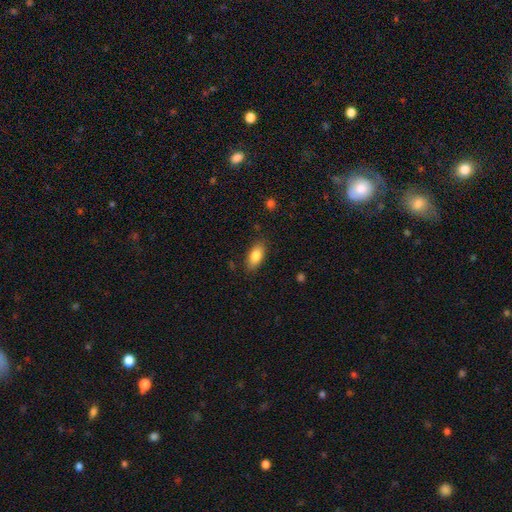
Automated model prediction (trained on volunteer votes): Smooth or featured? smooth (85%)
How rounded? in between (89%)
Merging? none (84%)